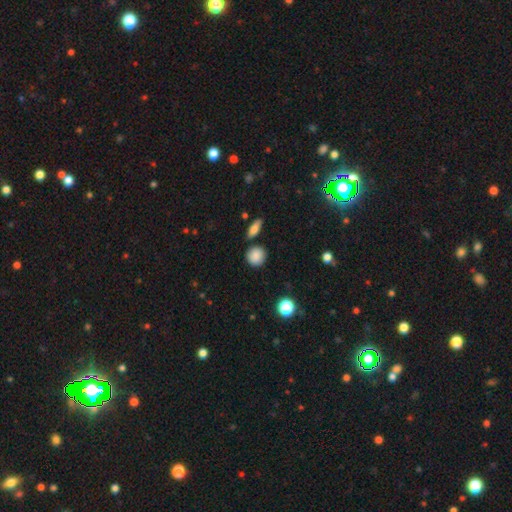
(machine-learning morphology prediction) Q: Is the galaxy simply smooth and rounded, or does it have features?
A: smooth — 87%.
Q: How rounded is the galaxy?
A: round — 89%.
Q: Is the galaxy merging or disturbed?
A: none — 84%.